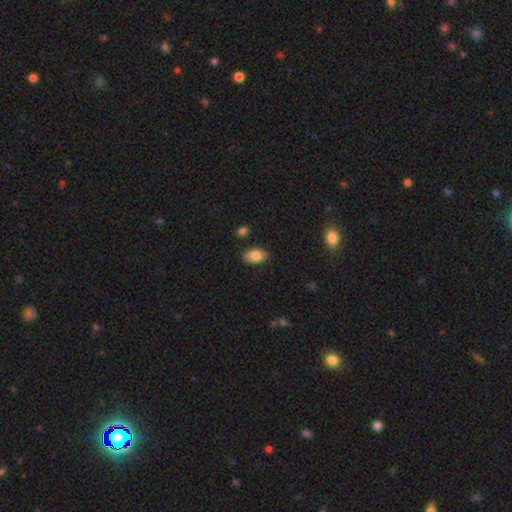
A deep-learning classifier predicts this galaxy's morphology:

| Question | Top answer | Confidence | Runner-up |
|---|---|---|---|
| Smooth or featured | smooth | 82% | featured or disk (11%) |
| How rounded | in between | 90% | round (8%) |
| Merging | none | 81% | minor disturbance (15%) |